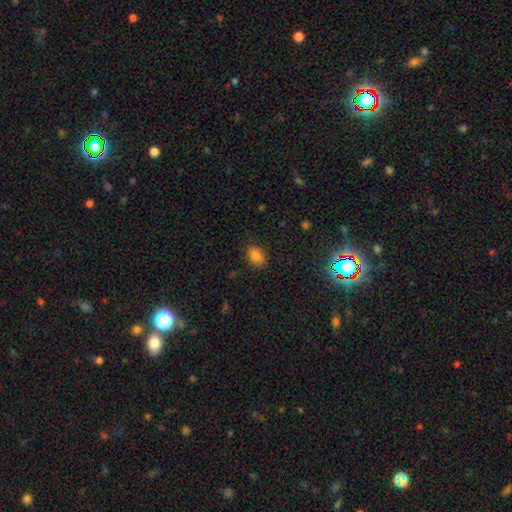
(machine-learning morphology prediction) smooth 82%, star or artifact 12%, featured or disk 5%. Down the decision tree: how rounded — in between (78%); merging — none (85%).